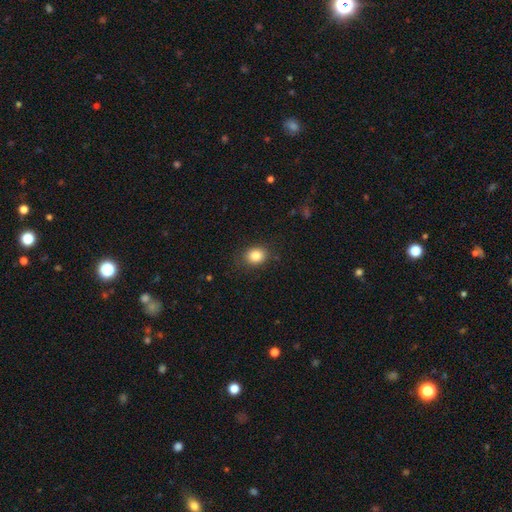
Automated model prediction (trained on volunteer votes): Smooth or featured: smooth — 84% (star or artifact — 10%)
How rounded: round — 55% (in between — 44%)
Merging: none — 84% (minor disturbance — 11%)